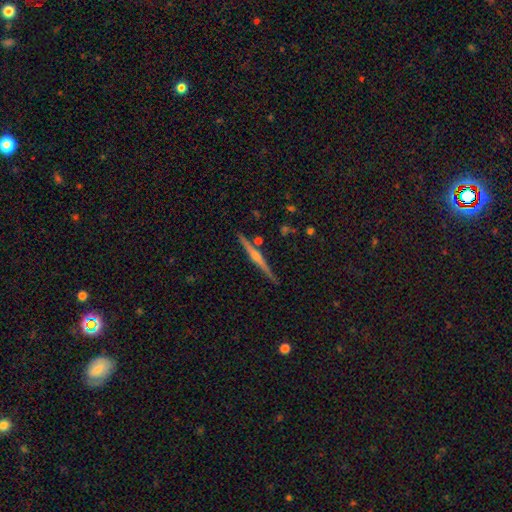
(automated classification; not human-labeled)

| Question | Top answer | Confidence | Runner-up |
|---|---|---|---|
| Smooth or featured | featured or disk | 74% | smooth (20%) |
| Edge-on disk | yes | 98% | no (2%) |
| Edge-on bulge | rounded | 75% | none (15%) |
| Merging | none | 88% | minor disturbance (8%) |